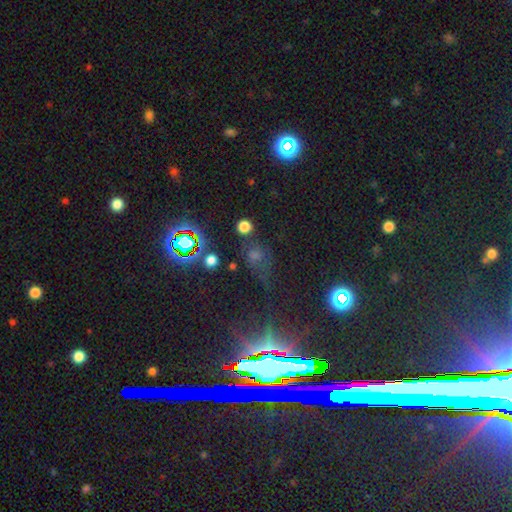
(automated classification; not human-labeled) A star or artifact, not a galaxy (50%).

Vote fractions:
- Smooth or featured? star or artifact: 50% / smooth: 38% / featured or disk: 12%